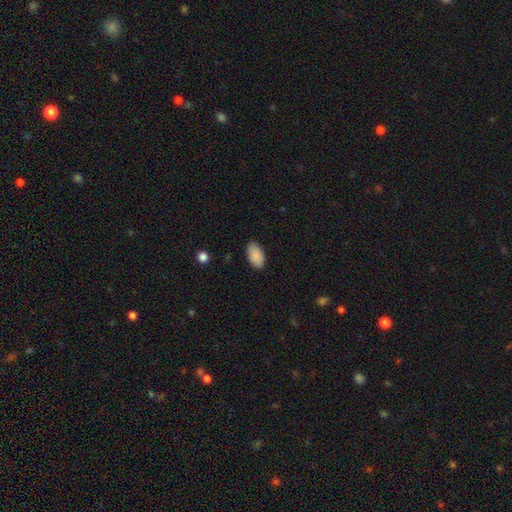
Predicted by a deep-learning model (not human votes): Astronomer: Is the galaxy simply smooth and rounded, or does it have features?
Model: smooth — 90%.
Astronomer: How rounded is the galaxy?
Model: in between — 95%.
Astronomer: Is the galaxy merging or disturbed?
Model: none — 85%.